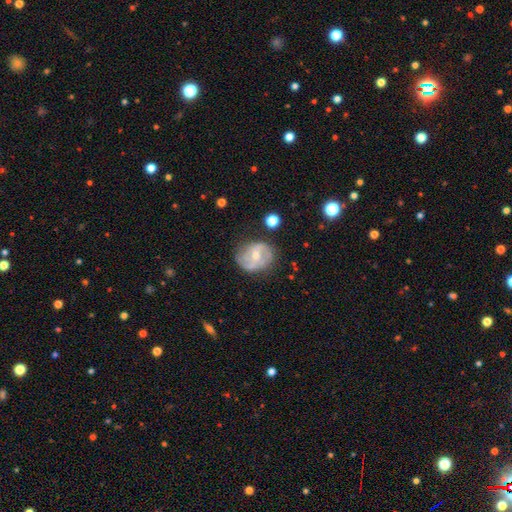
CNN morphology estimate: featured or disk 71%, smooth 23%, star or artifact 7%. Down the decision tree: edge-on disk — no (97%); bar — no (47%); spiral arms — yes (83%); spiral arm count — 2 (70%); spiral winding — medium (46%); bulge size — moderate (54%); merging — none (67%).